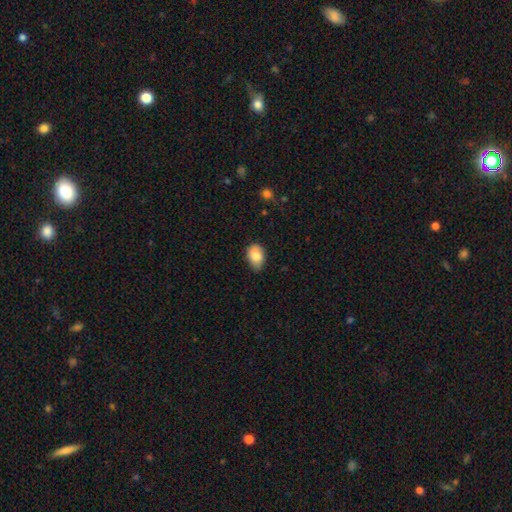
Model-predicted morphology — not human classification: A smooth galaxy with no disk features (83%) that is in between round and cigar-shaped (85%). Merging: none (71%).